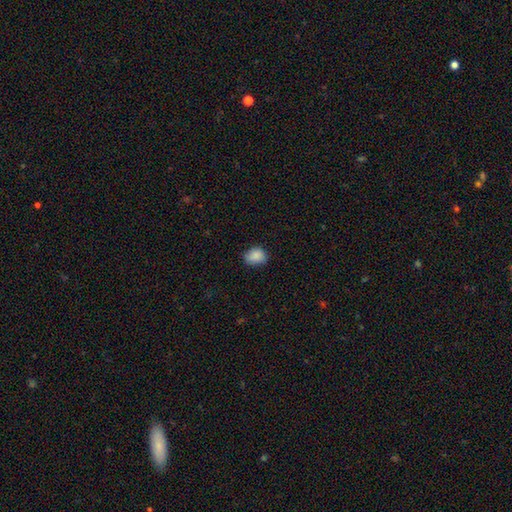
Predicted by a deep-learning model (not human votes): This appears to be a smooth galaxy with no disk features (87%) that is in between round and cigar-shaped (62%). Merging: none (70%).